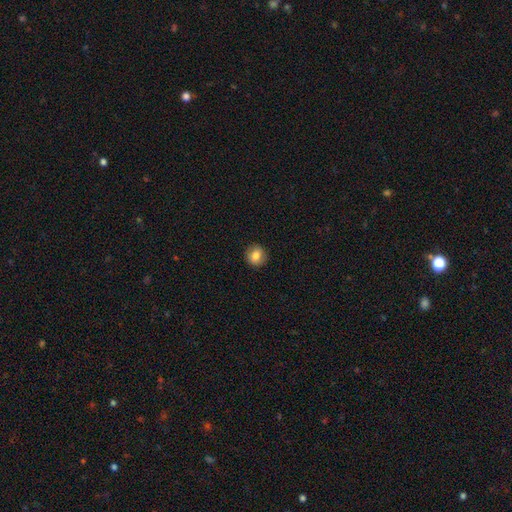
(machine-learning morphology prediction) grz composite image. It shows a smooth galaxy with no disk features (80%) that is round (89%). Merging: none (90%).